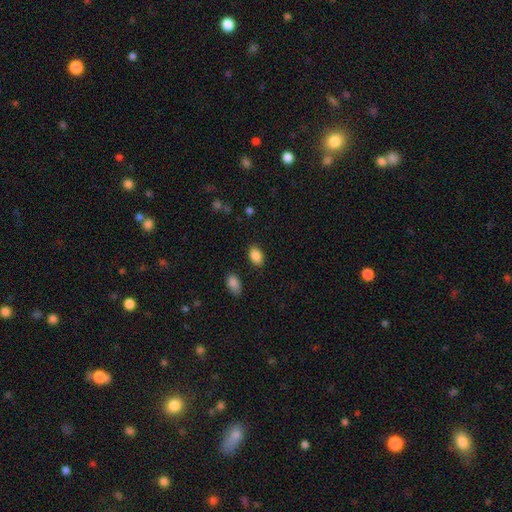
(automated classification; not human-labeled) The model was most divided on "merging": none: 86%, minor disturbance: 9%, major disturbance: 3%, merger: 2%. More confident: how rounded — in between (90%); smooth or featured — smooth (87%).